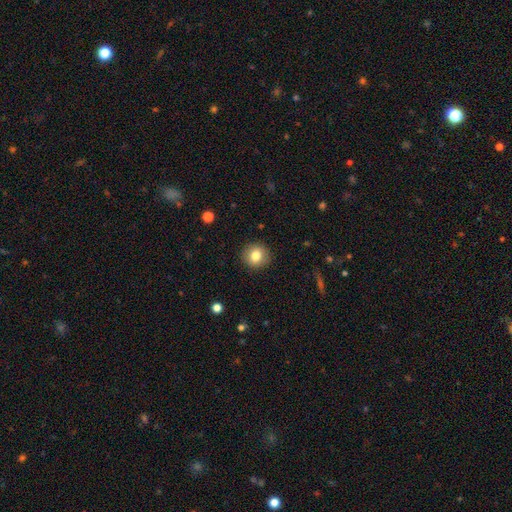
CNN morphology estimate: Smooth or featured? Predicted: smooth (p=0.81). How rounded? Predicted: round (p=0.88). Merging? Predicted: none (p=0.91).